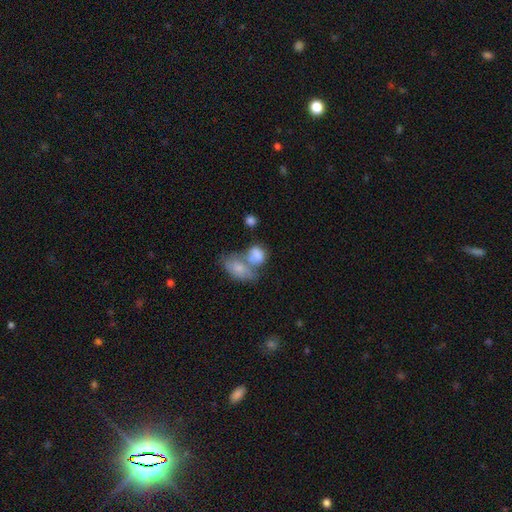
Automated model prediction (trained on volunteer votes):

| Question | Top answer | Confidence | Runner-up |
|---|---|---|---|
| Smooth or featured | smooth | 76% | featured or disk (16%) |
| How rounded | in between | 73% | round (25%) |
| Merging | merger | 59% | none (22%) |